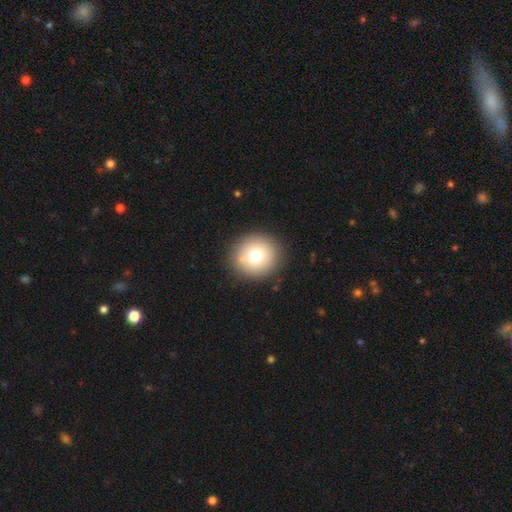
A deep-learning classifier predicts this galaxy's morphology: smooth 74%, featured or disk 15%, star or artifact 11%. Down the decision tree: how rounded — round (92%); merging — none (89%).